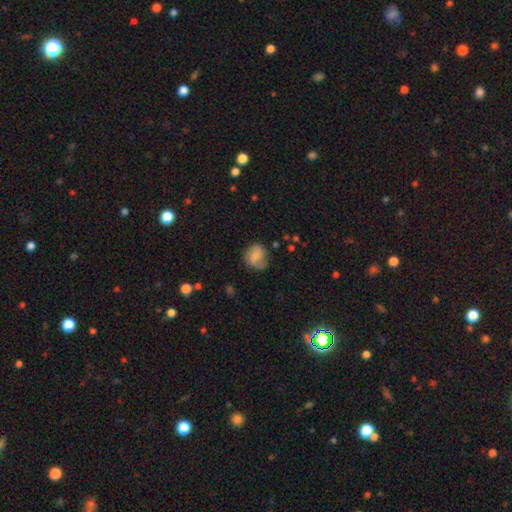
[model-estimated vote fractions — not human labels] A smooth galaxy with no disk features (60%) that is round (77%). Merging: none (66%).